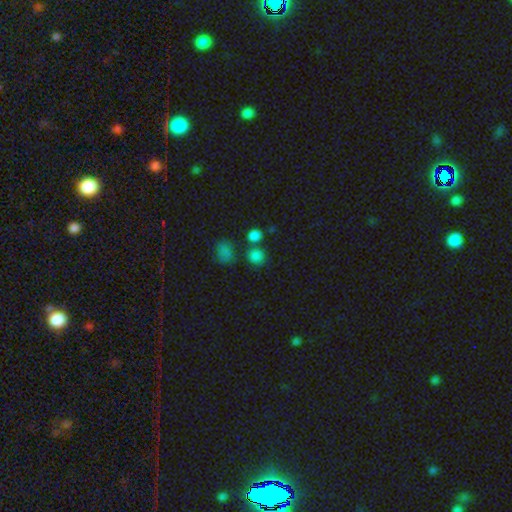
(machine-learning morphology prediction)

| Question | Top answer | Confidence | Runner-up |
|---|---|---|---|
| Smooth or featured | smooth | 81% | star or artifact (14%) |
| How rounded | round | 82% | in between (16%) |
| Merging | none | 67% | merger (20%) |